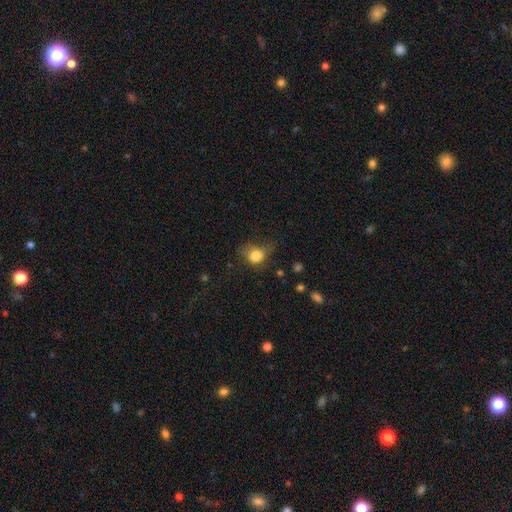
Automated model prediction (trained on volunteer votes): The model was most divided on "merging": none: 46%, minor disturbance: 32%, major disturbance: 20%, merger: 2%. More confident: smooth or featured — smooth (81%); how rounded — round (69%).